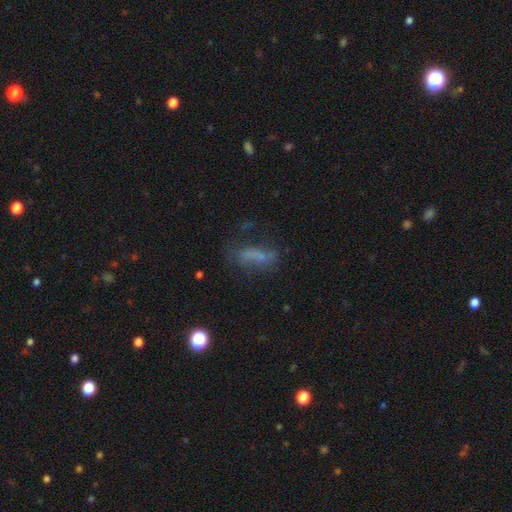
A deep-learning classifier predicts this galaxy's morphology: smooth_or_featured: smooth (p=0.46) [alt: featured or disk p=0.33]
merging: none (p=0.44) [alt: major disturbance p=0.25]